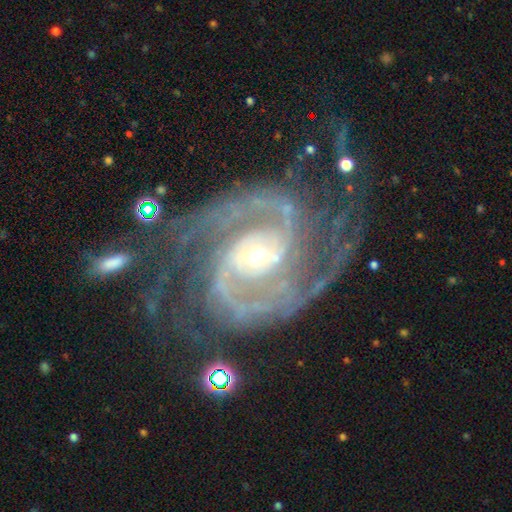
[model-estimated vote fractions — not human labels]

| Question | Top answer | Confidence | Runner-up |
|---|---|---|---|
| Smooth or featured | featured or disk | 93% | star or artifact (4%) |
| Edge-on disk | no | 98% | yes (2%) |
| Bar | no | 43% | weak (39%) |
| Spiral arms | yes | 98% | no (2%) |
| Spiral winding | medium | 48% | tight (35%) |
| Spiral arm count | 2 | 67% | 3 (10%) |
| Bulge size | moderate | 52% | small (42%) |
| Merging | none | 65% | minor disturbance (17%) |